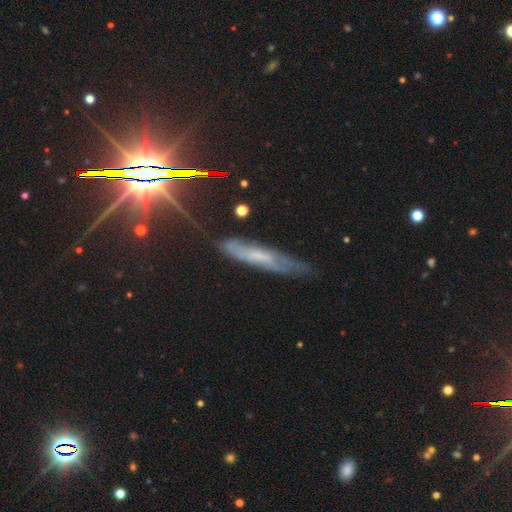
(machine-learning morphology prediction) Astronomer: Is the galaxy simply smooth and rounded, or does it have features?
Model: featured or disk — 50% (runner-up: smooth, 27%).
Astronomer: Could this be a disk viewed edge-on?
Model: yes — 64%.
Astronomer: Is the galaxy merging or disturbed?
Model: none — 70%.